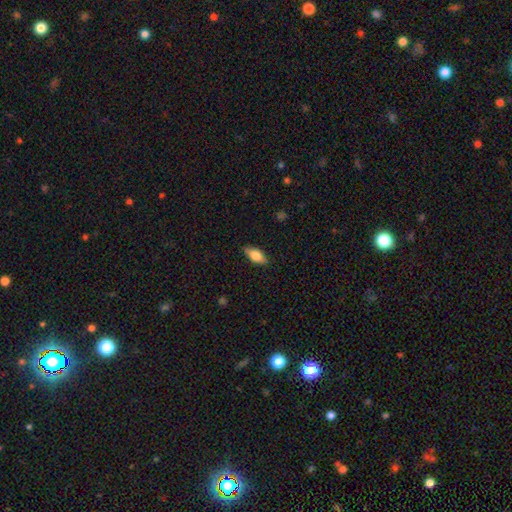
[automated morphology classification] Q: Smooth or featured?
A: smooth (77%); runner-up: featured or disk (16%)
Q: How rounded?
A: in between (85%); runner-up: cigar-shaped (12%)
Q: Merging?
A: none (85%); runner-up: minor disturbance (11%)